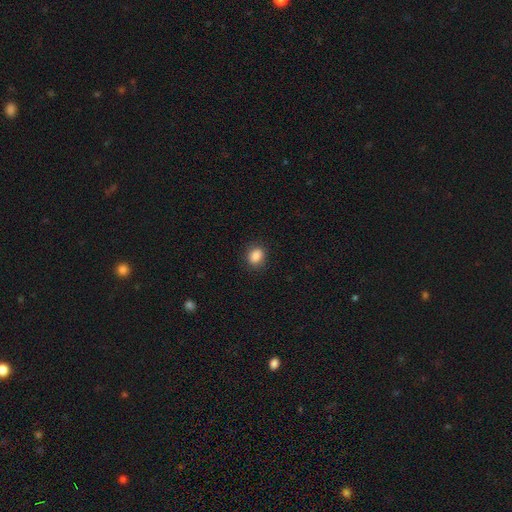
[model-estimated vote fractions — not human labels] A smooth galaxy with no disk features (87%) that is in between round and cigar-shaped (58%).

Vote fractions:
- Smooth or featured? smooth: 87% / star or artifact: 9% / featured or disk: 4%
- How rounded? in between: 58% / round: 41% / cigar-shaped: 1%
- Merging? none: 82% / minor disturbance: 13% / major disturbance: 3% / merger: 1%